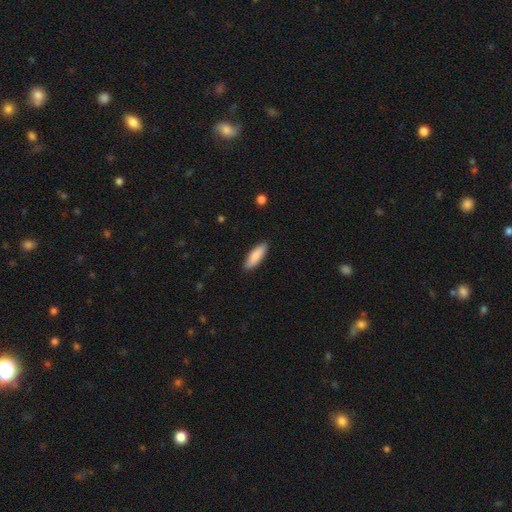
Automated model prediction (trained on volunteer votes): Smooth or featured: smooth — 86% (featured or disk — 8%)
How rounded: in between — 53% (cigar-shaped — 46%)
Merging: none — 89% (minor disturbance — 8%)